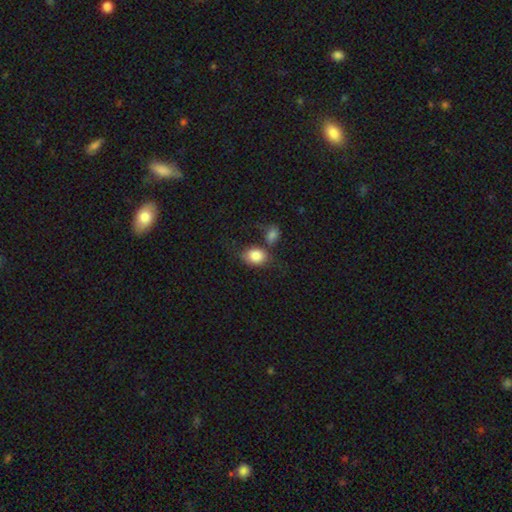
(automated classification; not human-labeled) Overall: smooth (84%). How rounded: in between (61%; round 37%). Merging: none (51%; merger 25%).